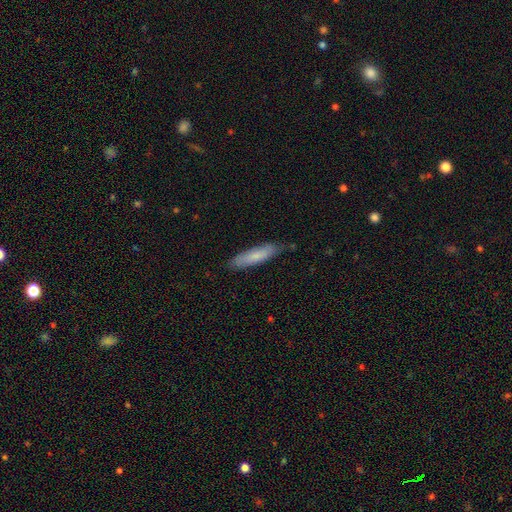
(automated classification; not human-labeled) smooth 75%, featured or disk 19%, star or artifact 6%. Down the decision tree: how rounded — cigar-shaped (76%); merging — none (78%).